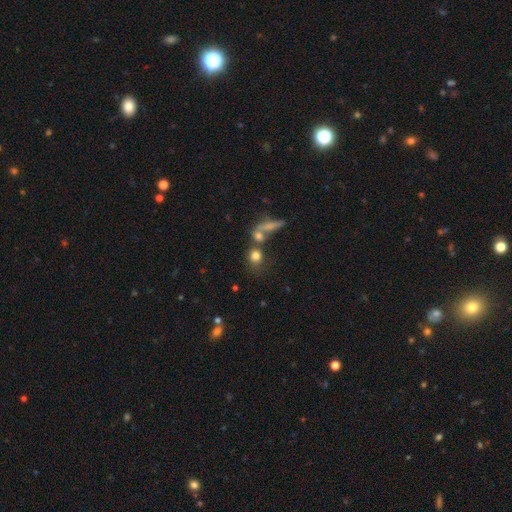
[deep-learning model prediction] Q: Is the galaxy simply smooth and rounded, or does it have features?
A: smooth — 77%.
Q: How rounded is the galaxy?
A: round — 65%.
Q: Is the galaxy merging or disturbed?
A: none — 51%.